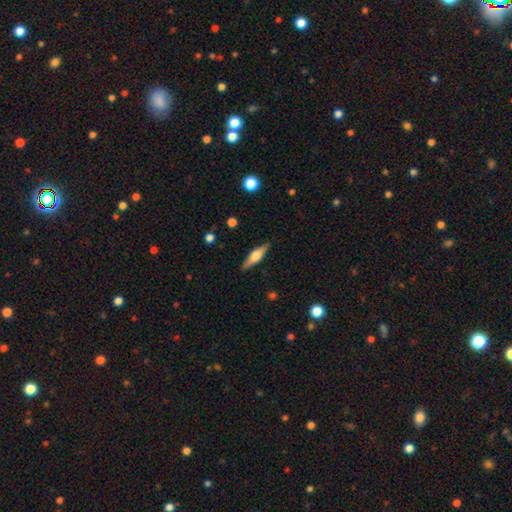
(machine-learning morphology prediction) Smooth or featured? Predicted: featured or disk (p=0.55). Edge-on disk? Predicted: yes (p=0.95). Edge-on bulge? Predicted: rounded (p=0.89). Merging? Predicted: none (p=0.88).